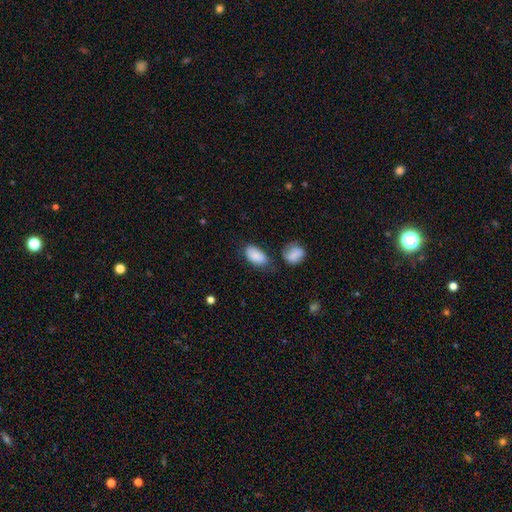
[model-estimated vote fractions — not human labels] Smooth or featured?
  - smooth: 86% *
  - featured or disk: 8%
  - star or artifact: 7%
How rounded?
  - in between: 94% *
  - round: 4%
  - cigar-shaped: 2%
Merging?
  - none: 59% *
  - minor disturbance: 23%
  - merger: 11%
  - major disturbance: 7%